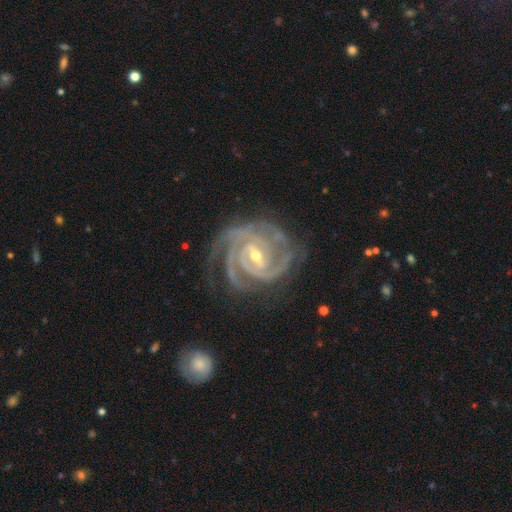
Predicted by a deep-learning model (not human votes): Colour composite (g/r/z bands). It shows a featured or disk galaxy (93%) with a weak bar (44%), 3 (35%) tight (69%) spiral arms (99%) and a small central bulge (51%). Merging: none (66%).